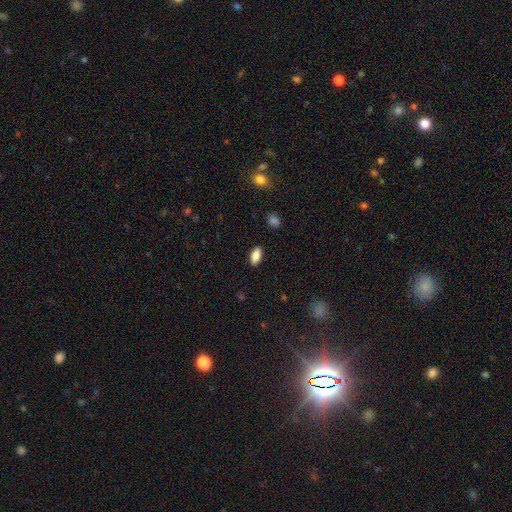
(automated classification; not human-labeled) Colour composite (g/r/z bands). It shows a smooth galaxy with no disk features (84%) that is in between round and cigar-shaped (86%). Merging: none (89%).